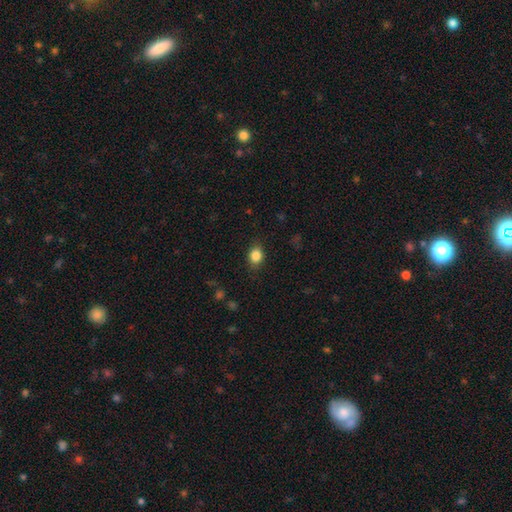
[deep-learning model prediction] smooth-or-featured: smooth: 85% | star or artifact: 9% | featured or disk: 5%
  how-rounded: in between: 50% | round: 49% | cigar-shaped: 1%
  merging: none: 84% | minor disturbance: 12% | major disturbance: 3% | merger: 1%